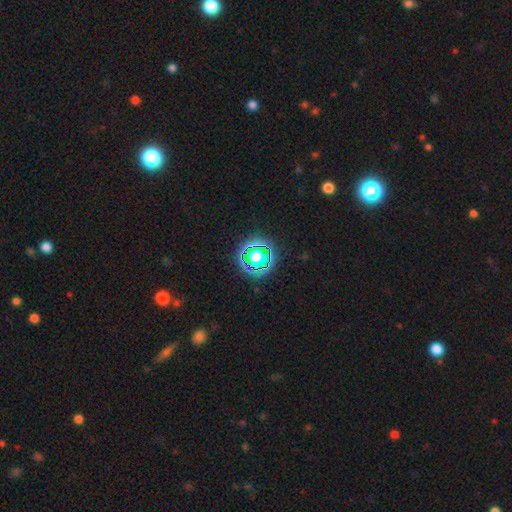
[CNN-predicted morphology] Q: Smooth or featured?
A: star or artifact (51%); runner-up: smooth (35%)